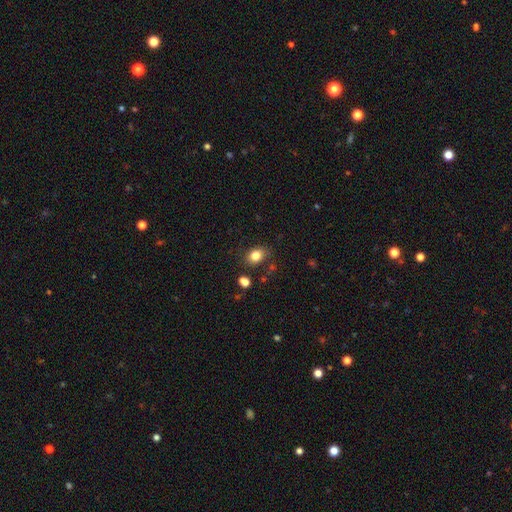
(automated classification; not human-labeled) Morphology: type=smooth (82%); roundness=in between (65%); merging=none (80%).